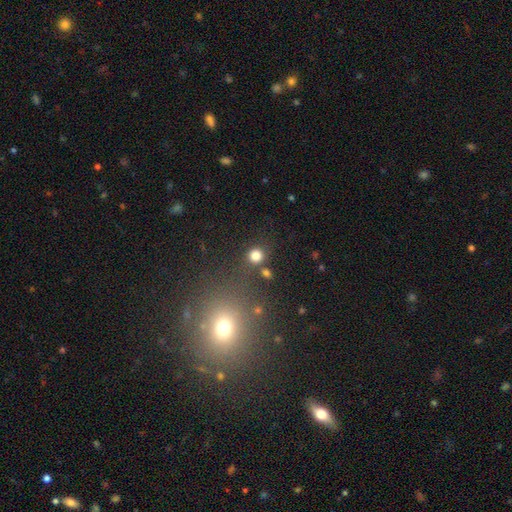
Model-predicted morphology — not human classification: Smooth or featured? Predicted: smooth (p=0.81). How rounded? Predicted: round (p=0.90). Merging? Predicted: none (p=0.80).